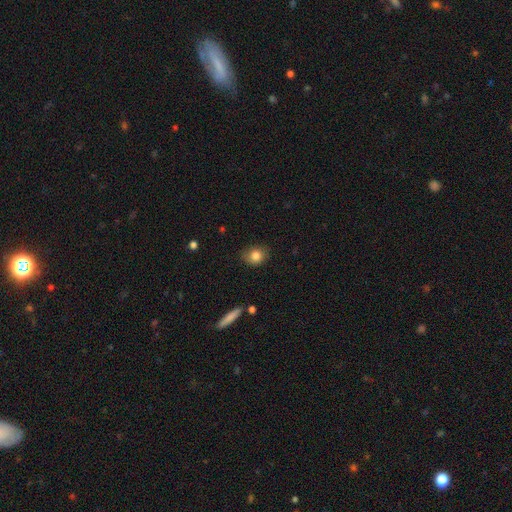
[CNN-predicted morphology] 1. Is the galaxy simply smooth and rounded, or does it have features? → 83% smooth, 9% star or artifact, 8% featured or disk.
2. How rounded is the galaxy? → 65% round, 33% in between, 1% cigar-shaped.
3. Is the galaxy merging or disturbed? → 80% none, 16% minor disturbance, 3% major disturbance, 1% merger.